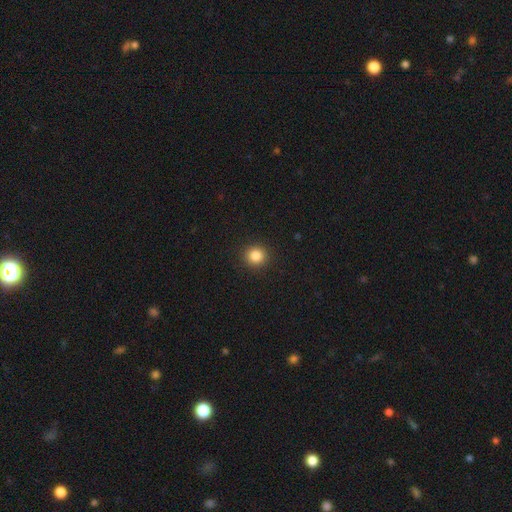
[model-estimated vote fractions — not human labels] Q: Smooth or featured?
A: smooth (85%); runner-up: star or artifact (11%)
Q: How rounded?
A: round (92%); runner-up: in between (7%)
Q: Merging?
A: none (92%); runner-up: minor disturbance (5%)